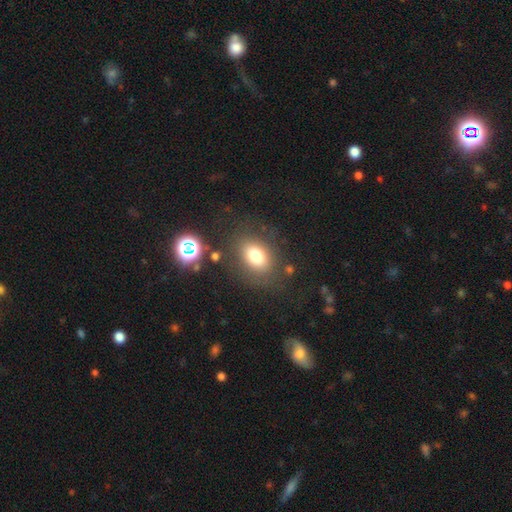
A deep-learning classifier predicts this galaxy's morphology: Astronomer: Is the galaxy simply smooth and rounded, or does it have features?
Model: smooth — 76%.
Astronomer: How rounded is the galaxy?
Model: in between — 70%.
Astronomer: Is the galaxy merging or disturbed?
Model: none — 78%.